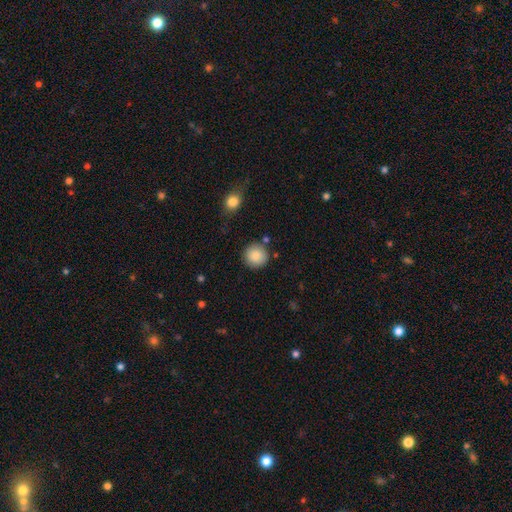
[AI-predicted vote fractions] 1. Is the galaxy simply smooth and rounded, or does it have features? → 87% smooth, 8% star or artifact, 5% featured or disk.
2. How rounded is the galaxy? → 93% round, 6% in between, 1% cigar-shaped.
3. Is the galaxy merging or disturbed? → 84% none, 9% minor disturbance, 4% merger, 3% major disturbance.